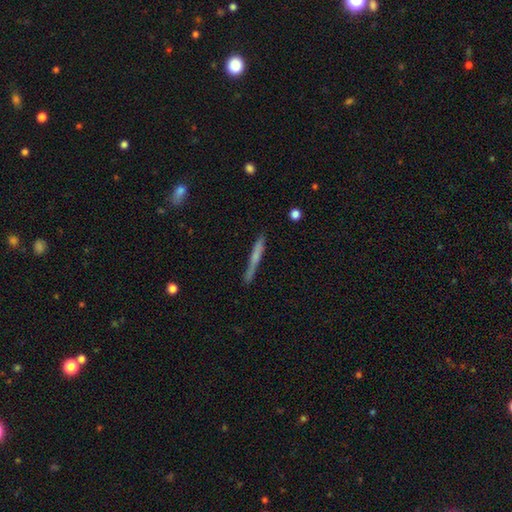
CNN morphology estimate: Smooth or featured? smooth (53%)
How rounded? cigar-shaped (96%)
Merging? none (80%)